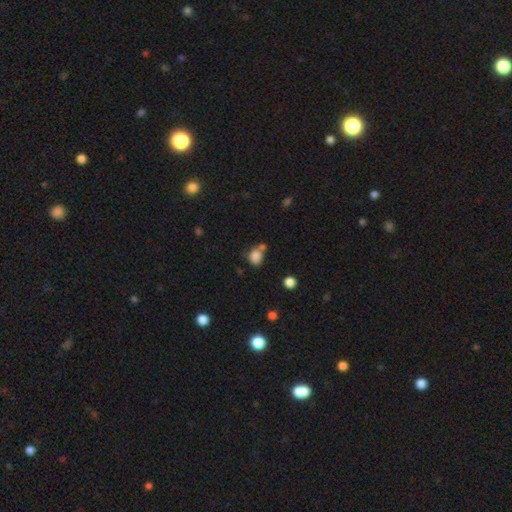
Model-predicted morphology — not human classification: Smooth or featured: smooth — 82% (star or artifact — 11%)
How rounded: round — 58% (in between — 41%)
Merging: none — 50% (merger — 27%)